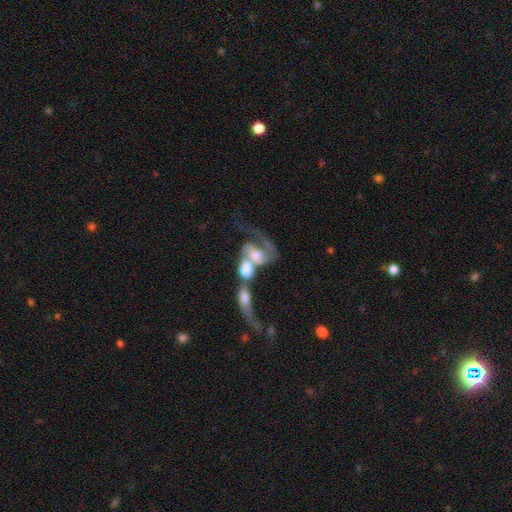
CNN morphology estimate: Smooth or featured?
  - featured or disk: 64% *
  - smooth: 28%
  - star or artifact: 9%
Edge-on disk?
  - no: 94% *
  - yes: 6%
Bar?
  - no: 67% *
  - weak: 24%
  - strong: 9%
Spiral arms?
  - yes: 74% *
  - no: 26%
Bulge size?
  - moderate: 34% *
  - large: 33%
  - none: 15%
  - small: 12%
  - dominant: 6%
Merging?
  - merger: 77% *
  - major disturbance: 12%
  - none: 7%
  - minor disturbance: 4%